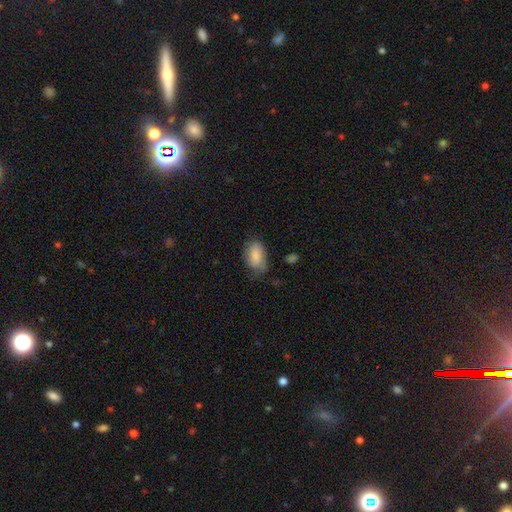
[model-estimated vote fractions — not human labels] This appears to be a smooth galaxy with no disk features (85%) that is in between round and cigar-shaped (90%). Merging: none (57%).